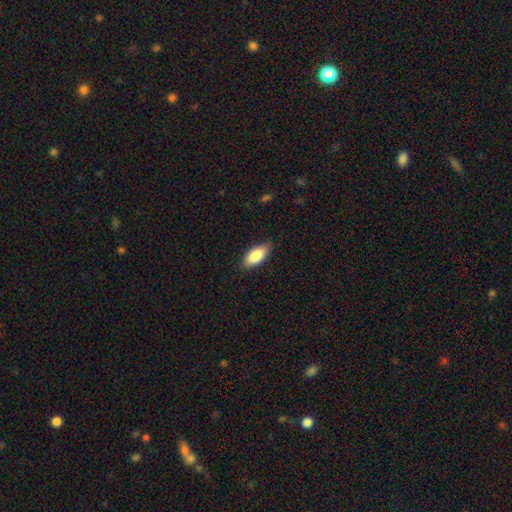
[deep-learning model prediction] Q: Smooth or featured?
A: smooth (85%); runner-up: featured or disk (8%)
Q: How rounded?
A: in between (88%); runner-up: cigar-shaped (10%)
Q: Merging?
A: none (83%); runner-up: minor disturbance (14%)